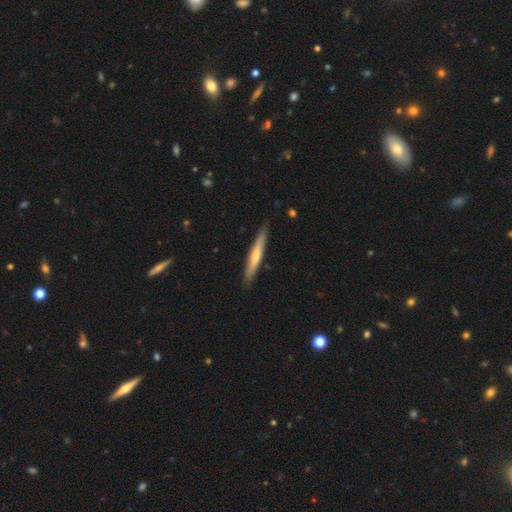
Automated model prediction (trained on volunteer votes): Smooth or featured: smooth — 50% (featured or disk — 45%)
How rounded: cigar-shaped — 93% (in between — 5%)
Merging: none — 87% (minor disturbance — 11%)